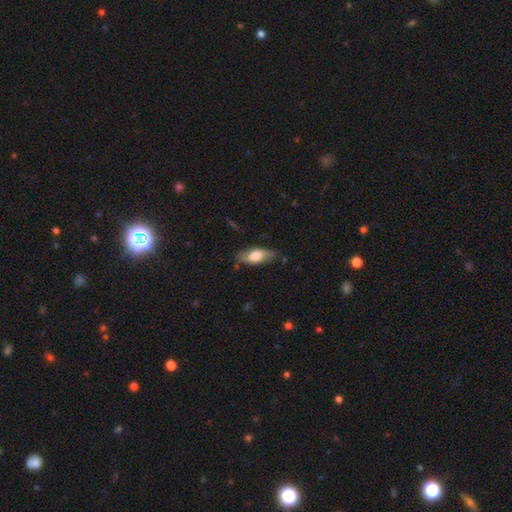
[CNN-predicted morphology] This appears to be a smooth galaxy with no disk features (71%) that is in between round and cigar-shaped (79%). Merging: none (76%).